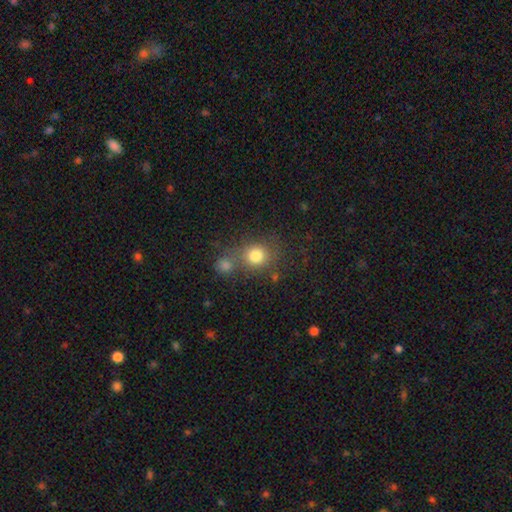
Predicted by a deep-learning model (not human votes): This is likely a smooth galaxy (78%). How rounded: clearly round (82%). Merging: possibly none (56%).